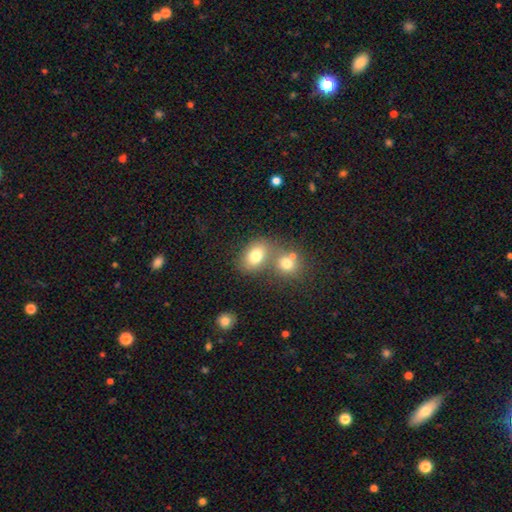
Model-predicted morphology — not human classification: type=smooth (78%); roundness=in between (68%); merging=none (49%).